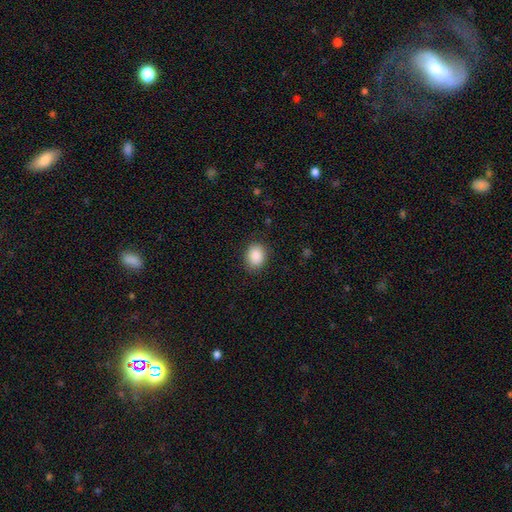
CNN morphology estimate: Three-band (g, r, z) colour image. It shows a smooth galaxy with no disk features (89%) that is in between round and cigar-shaped (54%). Merging: none (87%).